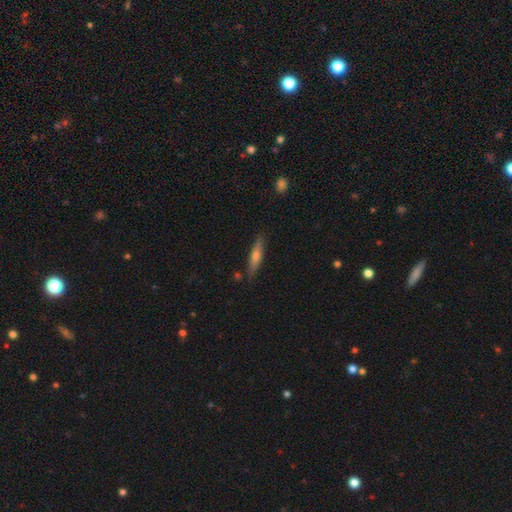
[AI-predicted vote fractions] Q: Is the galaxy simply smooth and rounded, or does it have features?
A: featured or disk — 56%.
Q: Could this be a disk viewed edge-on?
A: yes — 93%.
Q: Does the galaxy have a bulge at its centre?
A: rounded — 83%.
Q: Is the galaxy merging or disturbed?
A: none — 86%.